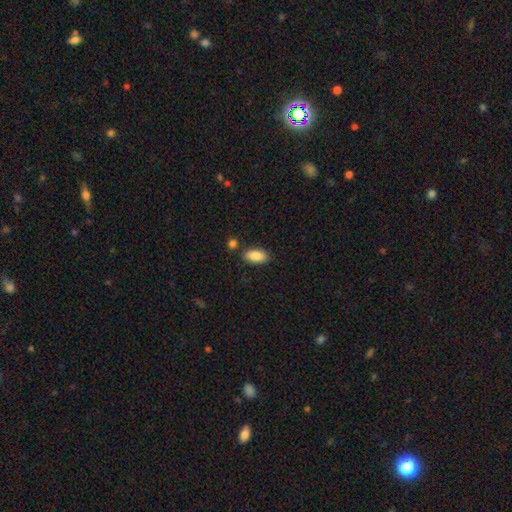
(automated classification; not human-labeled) smooth_or_featured: smooth (p=0.88) [alt: star or artifact p=0.07]
how_rounded: in between (p=0.92) [alt: cigar-shaped p=0.06]
merging: none (p=0.82) [alt: minor disturbance p=0.10]